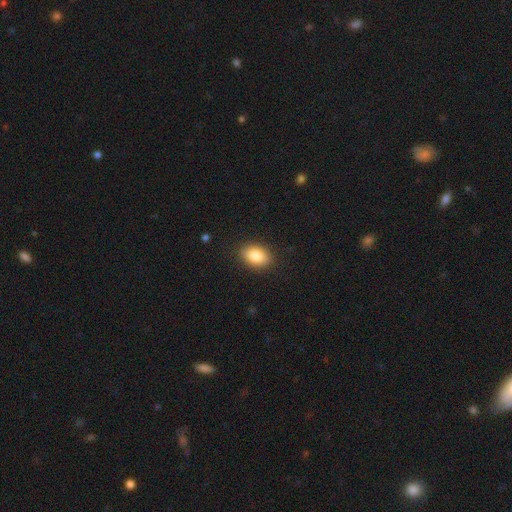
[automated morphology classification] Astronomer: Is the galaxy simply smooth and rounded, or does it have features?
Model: smooth — 85%.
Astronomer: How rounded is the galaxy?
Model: in between — 85%.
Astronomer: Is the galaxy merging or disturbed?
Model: none — 89%.